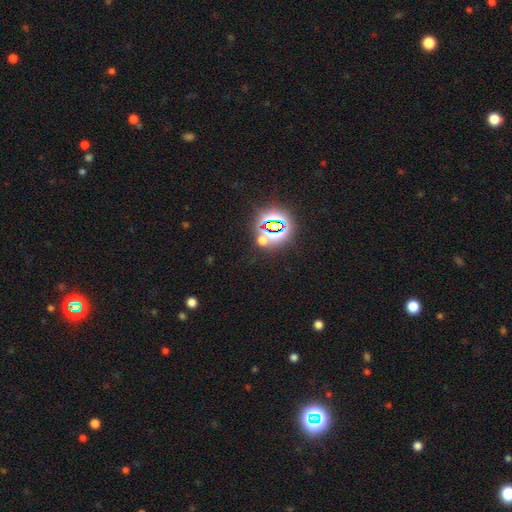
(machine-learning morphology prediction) Smooth or featured?
  - star or artifact: 79% *
  - smooth: 13%
  - featured or disk: 8%